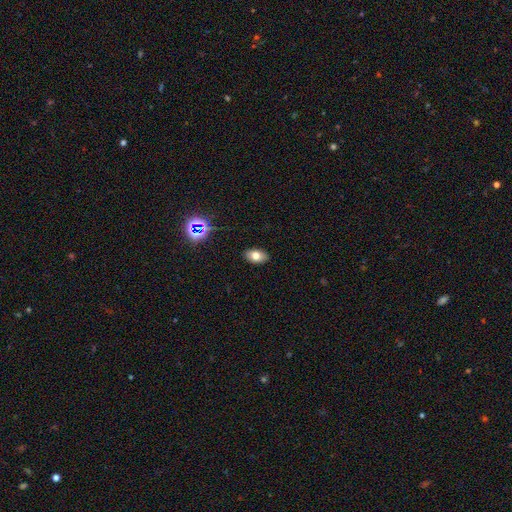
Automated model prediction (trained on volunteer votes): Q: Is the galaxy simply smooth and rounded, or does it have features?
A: smooth — 72%.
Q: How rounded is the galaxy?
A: in between — 89%.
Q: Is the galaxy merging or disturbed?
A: none — 88%.